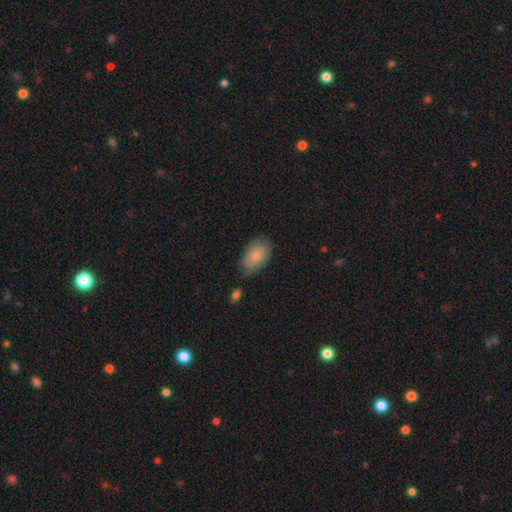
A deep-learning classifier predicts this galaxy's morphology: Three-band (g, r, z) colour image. It shows a smooth galaxy with no disk features (82%) that is in between round and cigar-shaped (92%). Merging: none (75%).